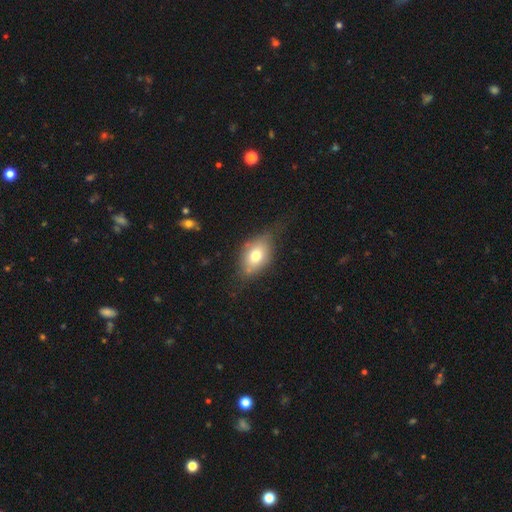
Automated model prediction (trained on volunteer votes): A smooth galaxy with no disk features (70%) that is in between round and cigar-shaped (83%). Merging: none (58%).